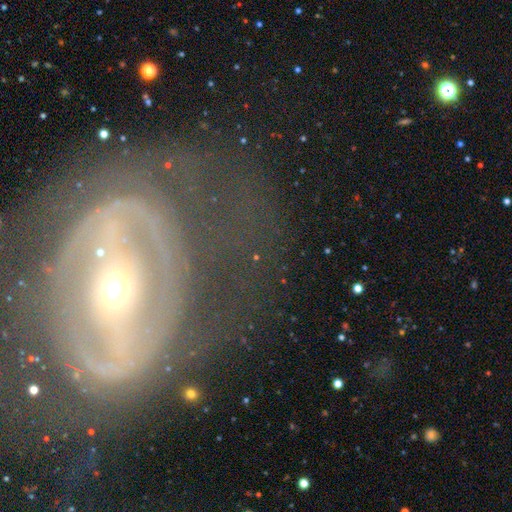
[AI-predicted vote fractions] smooth_or_featured: featured or disk (p=0.77) [alt: smooth p=0.13]
disk_edge_on: no (p=0.94) [alt: yes p=0.06]
bar: no (p=0.40) [alt: strong p=0.36]
has_spiral_arms: yes (p=0.70) [alt: no p=0.30]
spiral_winding: tight (p=0.55) [alt: medium p=0.32]
spiral_arm_count: 2 (p=0.51) [alt: can't tell p=0.26]
bulge_size: small (p=0.53) [alt: moderate p=0.40]
merging: none (p=0.61) [alt: major disturbance p=0.19]